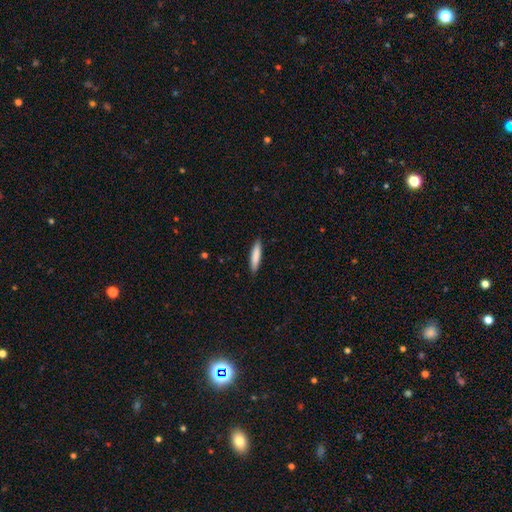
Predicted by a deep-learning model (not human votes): Overall: smooth (83%). How rounded: cigar-shaped (83%). Merging: none (89%).